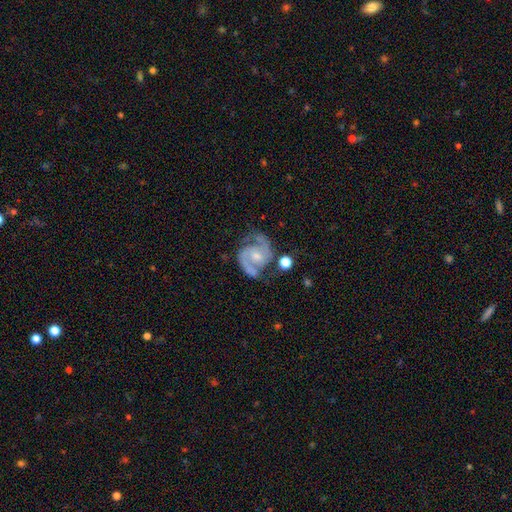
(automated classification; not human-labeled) featured or disk 90%, smooth 5%, star or artifact 5%. Down the decision tree: edge-on disk — no (98%); bar — no (50%); spiral arms — yes (97%); spiral arm count — 2 (91%); spiral winding — medium (58%); bulge size — small (52%); merging — none (67%).